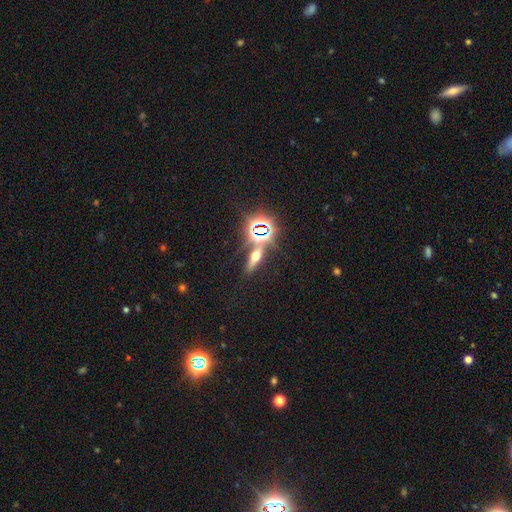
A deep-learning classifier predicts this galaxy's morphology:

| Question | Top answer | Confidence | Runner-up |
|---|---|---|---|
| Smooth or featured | star or artifact | 38% | smooth (31%) |